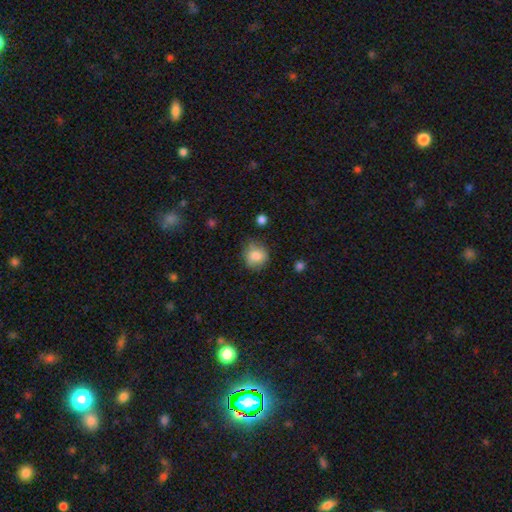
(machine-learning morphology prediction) A smooth galaxy with no disk features (80%) that is round (83%).

Vote fractions:
- Smooth or featured? smooth: 80% / featured or disk: 11% / star or artifact: 9%
- How rounded? round: 83% / in between: 16% / cigar-shaped: 1%
- Merging? none: 68% / minor disturbance: 23% / major disturbance: 6% / merger: 3%